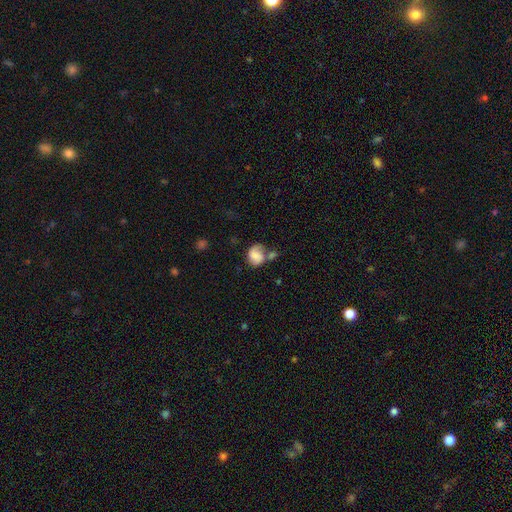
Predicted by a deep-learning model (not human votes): Morphology: type=smooth (62%); roundness=round (57%); merging=none (33%).